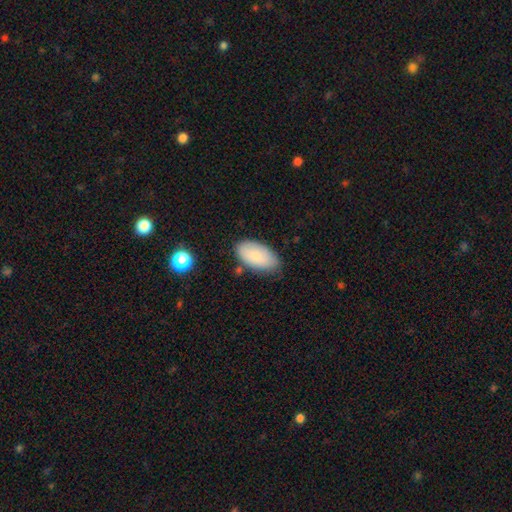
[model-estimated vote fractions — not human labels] The model was most divided on "merging": none: 72%, minor disturbance: 21%, major disturbance: 4%, merger: 3%. More confident: how rounded — in between (95%); smooth or featured — smooth (81%).